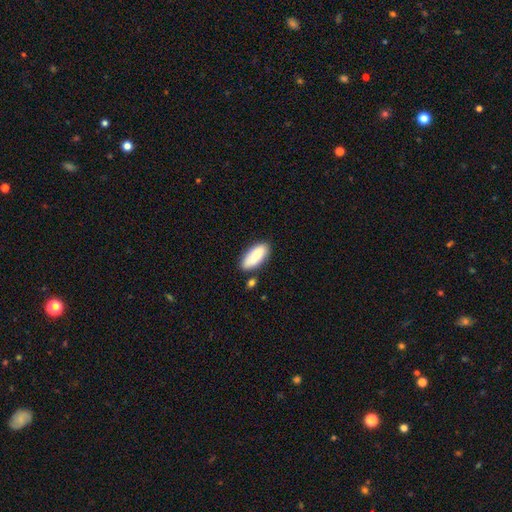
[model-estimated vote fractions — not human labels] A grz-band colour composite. It shows a smooth galaxy with no disk features (84%) that is in between round and cigar-shaped (78%). Merging: none (76%).